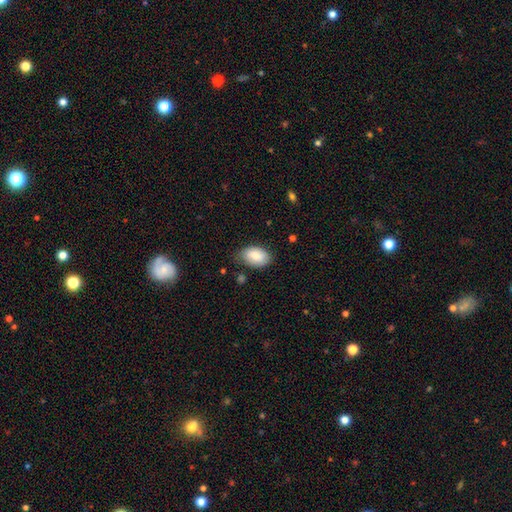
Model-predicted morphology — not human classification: This is likely a smooth galaxy (80%). How rounded: clearly in between (91%). Merging: likely none (71%).